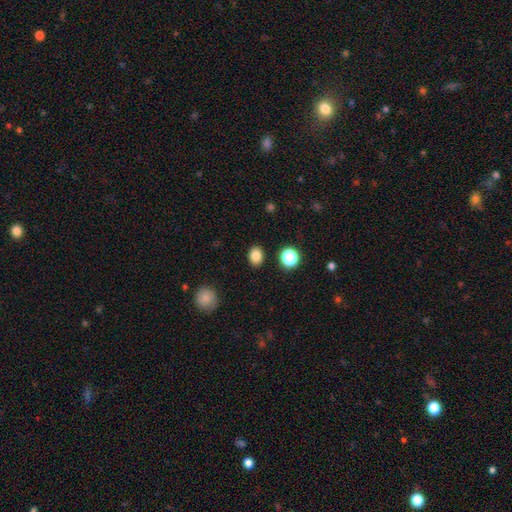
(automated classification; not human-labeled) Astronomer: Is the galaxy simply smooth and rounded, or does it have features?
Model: smooth — 84%.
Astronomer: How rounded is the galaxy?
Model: in between — 63%.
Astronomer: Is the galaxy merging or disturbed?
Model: none — 88%.